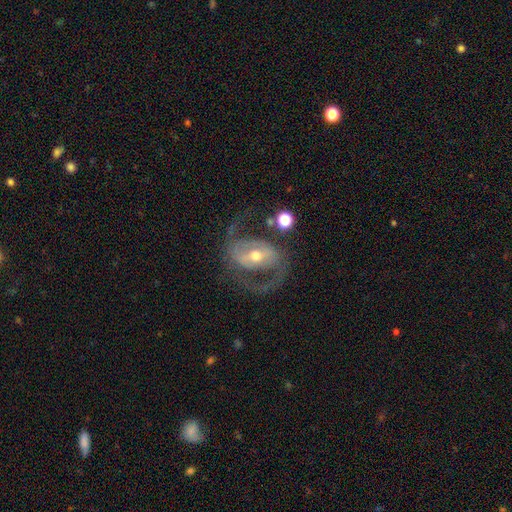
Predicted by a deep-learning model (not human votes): featured or disk 86%, smooth 8%, star or artifact 6%. Down the decision tree: edge-on disk — no (96%); bar — strong (42%); spiral arms — yes (92%); spiral arm count — 2 (89%); spiral winding — medium (54%); bulge size — moderate (61%); merging — none (66%).